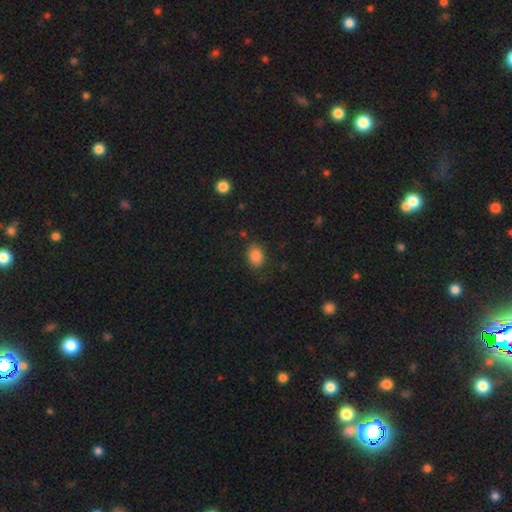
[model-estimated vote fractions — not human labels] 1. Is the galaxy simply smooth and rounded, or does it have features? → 85% smooth, 10% star or artifact, 5% featured or disk.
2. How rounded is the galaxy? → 67% in between, 32% round, 1% cigar-shaped.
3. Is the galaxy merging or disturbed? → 81% none, 14% minor disturbance, 4% major disturbance, 1% merger.